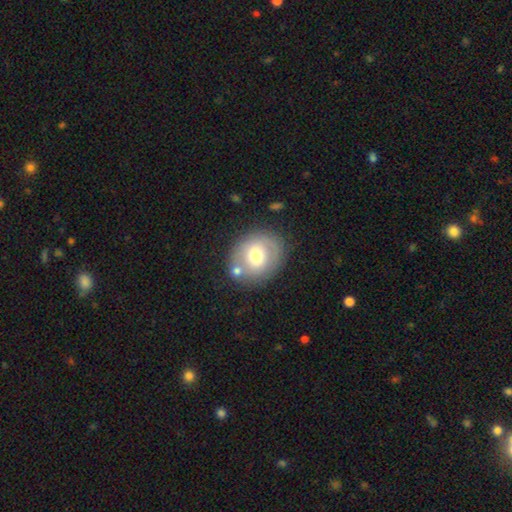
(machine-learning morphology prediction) This is possibly a smooth galaxy (55%). How rounded: likely round (66%). Merging: likely none (70%).